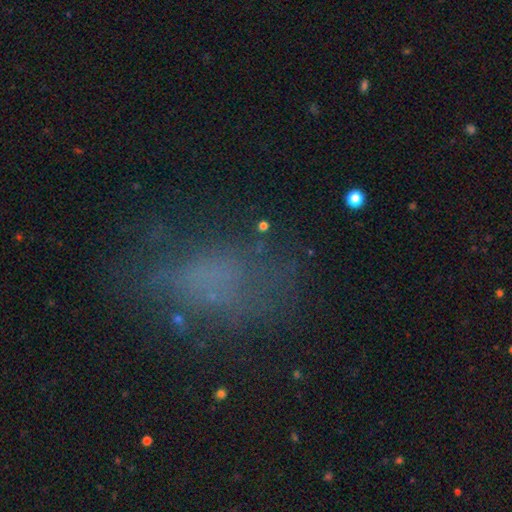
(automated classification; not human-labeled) A smooth galaxy with no disk features (51%) that is in between round and cigar-shaped (82%).

Vote fractions:
- Smooth or featured? smooth: 51% / featured or disk: 27% / star or artifact: 22%
- How rounded? in between: 82% / round: 13% / cigar-shaped: 5%
- Merging? none: 56% / minor disturbance: 21% / major disturbance: 21% / merger: 3%